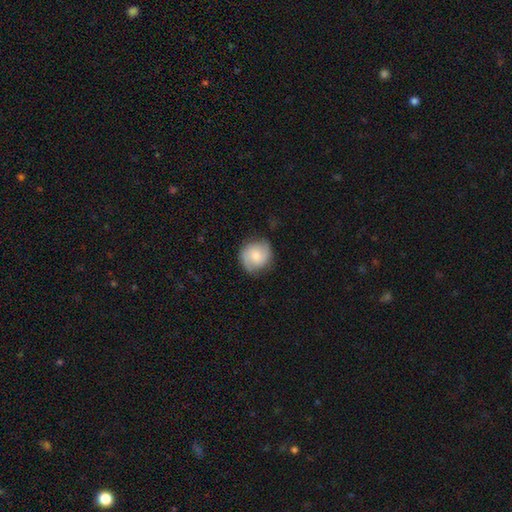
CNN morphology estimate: smooth-or-featured: featured or disk: 52% | smooth: 41% | star or artifact: 7%
  disk-edge-on: no: 97% | yes: 3%
    bar: no: 63% | weak: 32% | strong: 6%
    has-spiral-arms: yes: 90% | no: 10%
    bulge-size: moderate: 49% | small: 43% | large: 4% | none: 3% | dominant: 1%
  merging: none: 78% | minor disturbance: 16% | major disturbance: 4% | merger: 1%